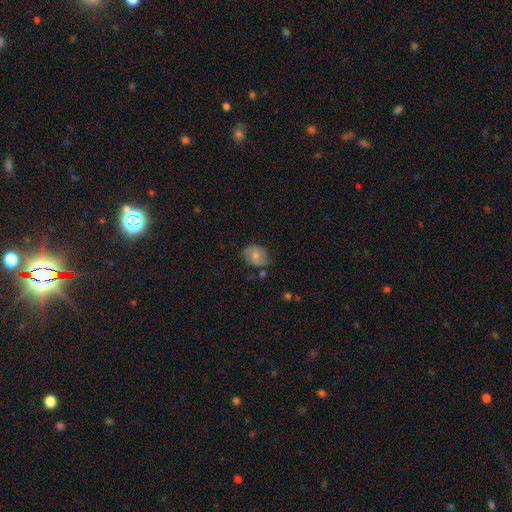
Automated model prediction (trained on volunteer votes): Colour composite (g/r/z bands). It shows a smooth galaxy with no disk features (57%) that is in between round and cigar-shaped (56%). Merging: none (71%).